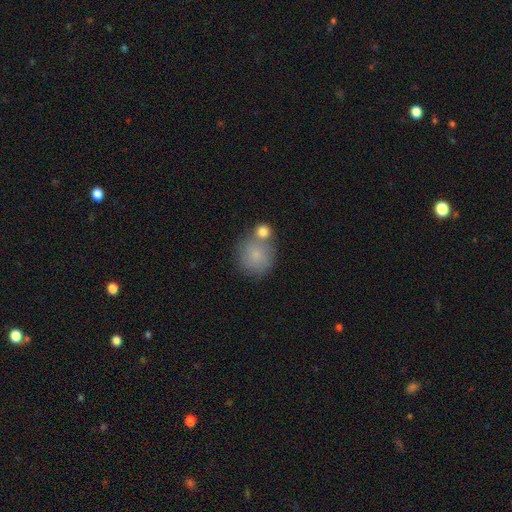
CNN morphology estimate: Smooth or featured? Predicted: smooth (p=0.81). How rounded? Predicted: round (p=0.89). Merging? Predicted: none (p=0.50).